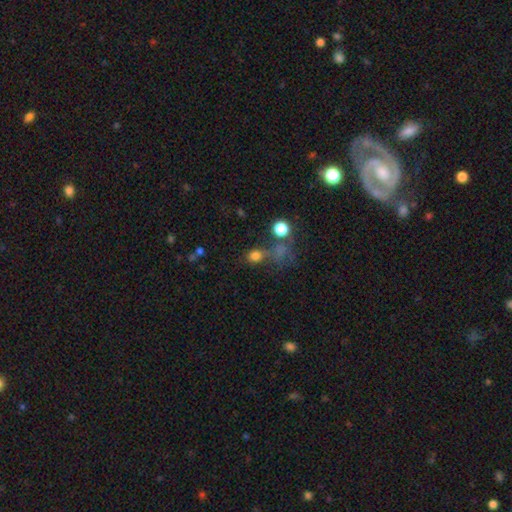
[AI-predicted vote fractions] Smooth or featured: smooth — 73% (star or artifact — 18%)
How rounded: round — 67% (in between — 32%)
Merging: none — 52% (merger — 23%)